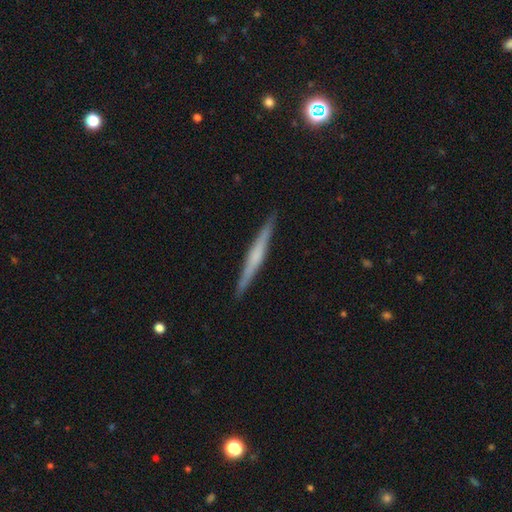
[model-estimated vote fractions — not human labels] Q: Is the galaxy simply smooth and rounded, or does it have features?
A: featured or disk — 62%.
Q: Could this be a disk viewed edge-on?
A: yes — 98%.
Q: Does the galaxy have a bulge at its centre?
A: none — 43%.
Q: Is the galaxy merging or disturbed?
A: none — 92%.